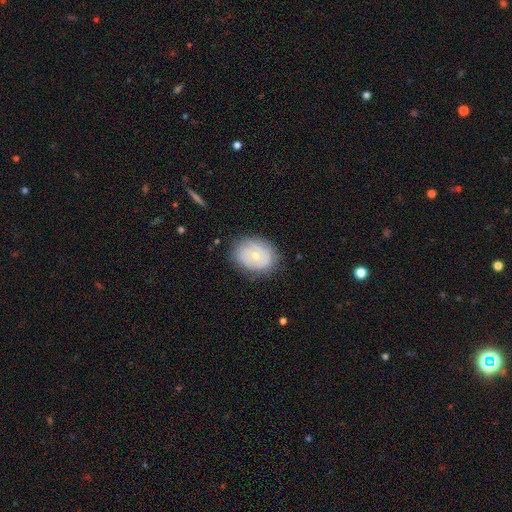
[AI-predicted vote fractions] A featured or disk galaxy (52%). Merging: none (77%).